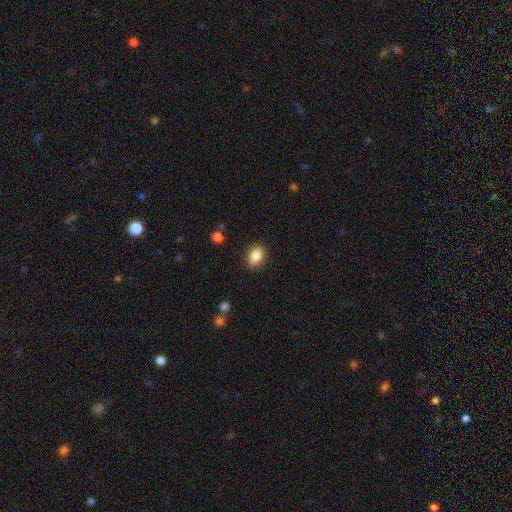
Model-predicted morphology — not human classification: The model was most divided on "how rounded": in between: 80%, round: 18%, cigar-shaped: 2%. More confident: smooth or featured — smooth (87%); merging — none (87%).